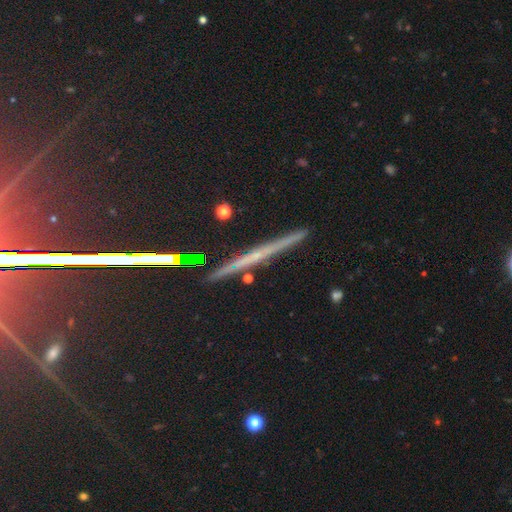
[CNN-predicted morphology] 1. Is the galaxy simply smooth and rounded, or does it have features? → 44% featured or disk, 30% star or artifact, 26% smooth.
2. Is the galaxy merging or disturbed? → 88% none, 8% minor disturbance, 2% merger, 2% major disturbance.